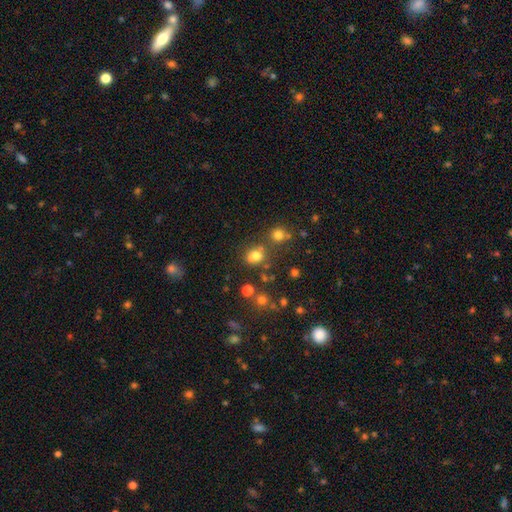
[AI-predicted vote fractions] Smooth or featured: smooth — 74% (star or artifact — 17%)
How rounded: round — 65% (in between — 34%)
Merging: none — 60% (merger — 21%)